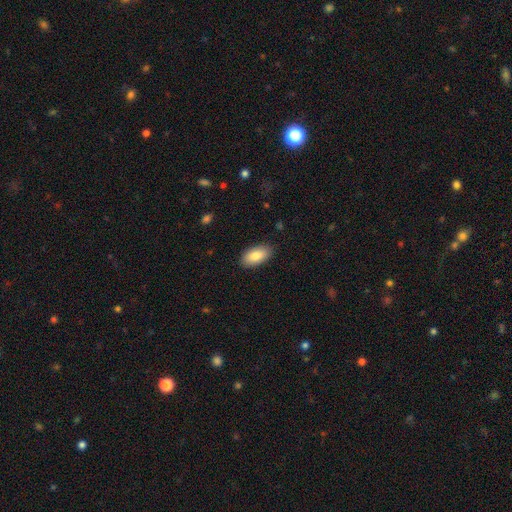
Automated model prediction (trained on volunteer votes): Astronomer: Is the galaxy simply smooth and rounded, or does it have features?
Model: smooth — 85%.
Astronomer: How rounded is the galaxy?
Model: in between — 94%.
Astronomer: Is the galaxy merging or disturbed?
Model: none — 87%.